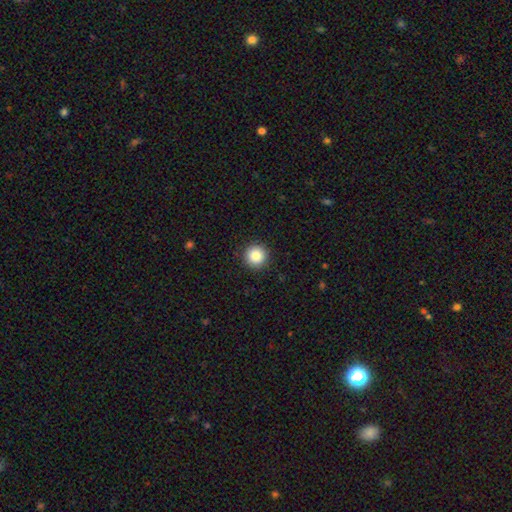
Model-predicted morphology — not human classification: This appears to be a smooth galaxy with no disk features (86%) that is round (96%). Merging: none (92%).